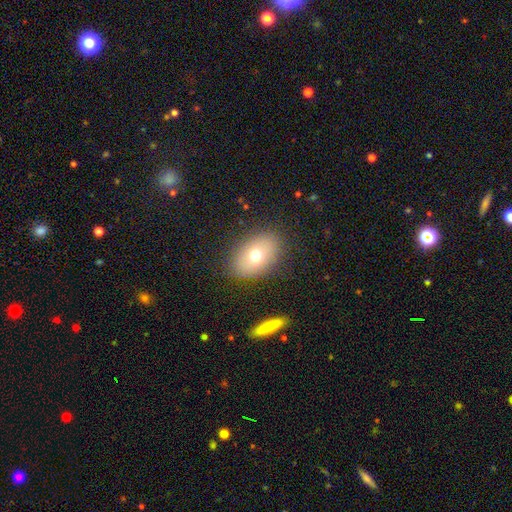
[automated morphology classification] This appears to be a smooth galaxy with no disk features (69%) that is in between round and cigar-shaped (80%). Merging: none (84%).